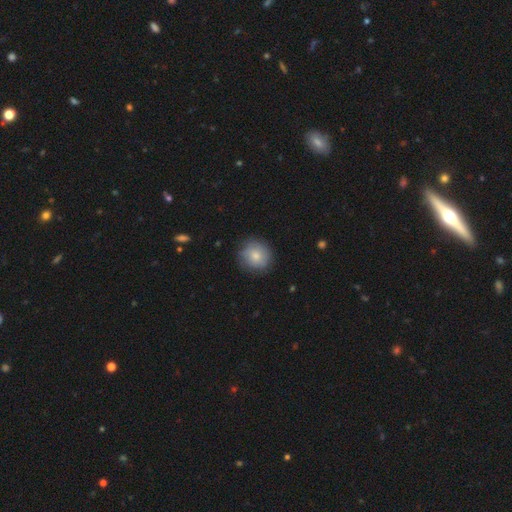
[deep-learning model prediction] The model was most divided on "smooth or featured": smooth: 78%, featured or disk: 14%, star or artifact: 8%. More confident: how rounded — round (88%); merging — none (81%).